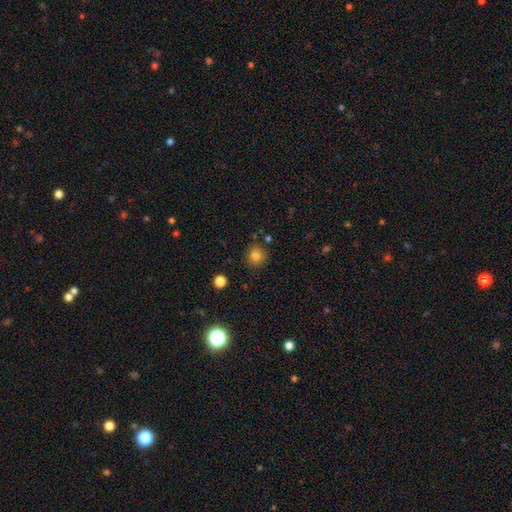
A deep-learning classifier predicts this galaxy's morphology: Smooth or featured?
  - smooth: 81% *
  - star or artifact: 12%
  - featured or disk: 7%
How rounded?
  - round: 89% *
  - in between: 10%
  - cigar-shaped: 1%
Merging?
  - none: 84% *
  - minor disturbance: 10%
  - merger: 3%
  - major disturbance: 2%